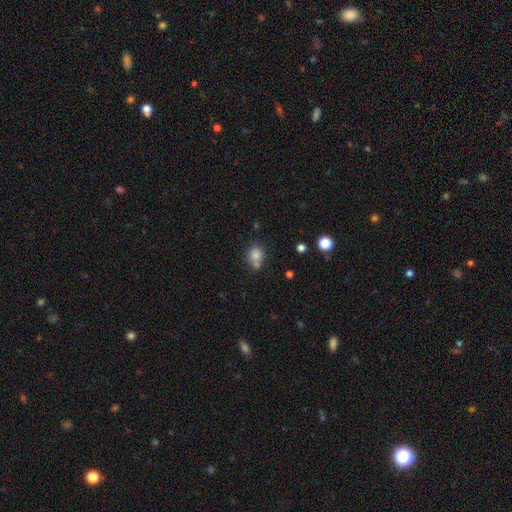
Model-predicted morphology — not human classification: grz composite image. It shows a smooth galaxy with no disk features (80%) that is round (72%). Merging: none (52%).